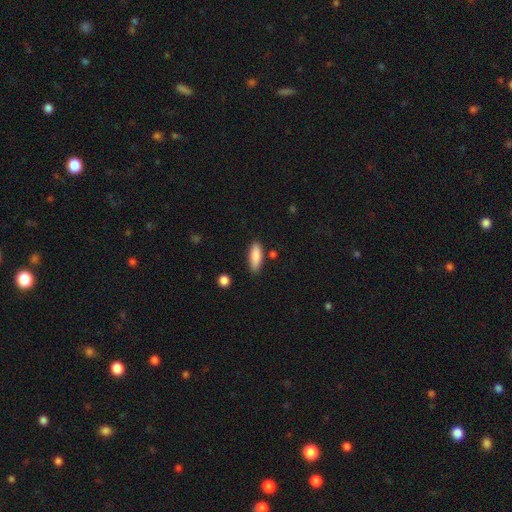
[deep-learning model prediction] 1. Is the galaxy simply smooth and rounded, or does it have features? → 86% smooth, 8% featured or disk, 6% star or artifact.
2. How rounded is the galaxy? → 64% in between, 34% cigar-shaped, 2% round.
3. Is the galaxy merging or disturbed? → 84% none, 11% minor disturbance, 3% merger, 2% major disturbance.